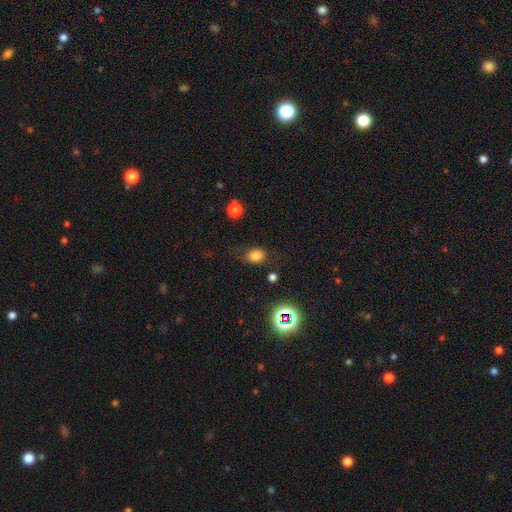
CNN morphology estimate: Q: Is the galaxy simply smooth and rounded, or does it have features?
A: smooth — 78%.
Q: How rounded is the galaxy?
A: in between — 58%.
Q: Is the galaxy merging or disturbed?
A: none — 74%.